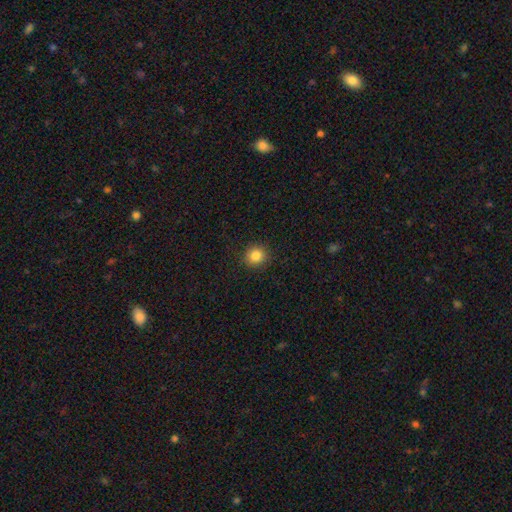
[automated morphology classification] smooth_or_featured: smooth (p=0.85) [alt: star or artifact p=0.11]
how_rounded: round (p=0.91) [alt: in between p=0.08]
merging: none (p=0.90) [alt: minor disturbance p=0.06]